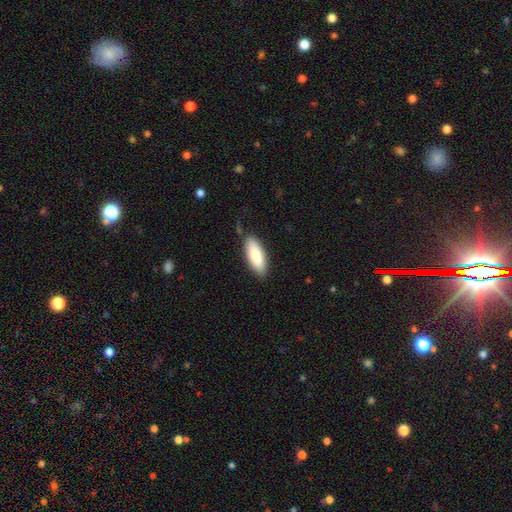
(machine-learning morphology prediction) The model was most divided on "how rounded": in between: 71%, cigar-shaped: 27%, round: 2%. More confident: smooth or featured — smooth (85%); merging — none (83%).